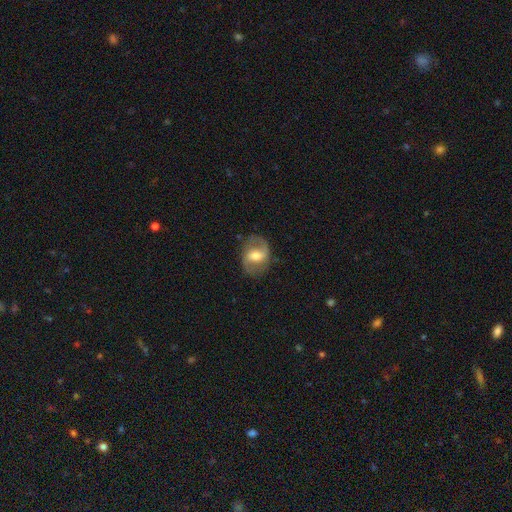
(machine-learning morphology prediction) Smooth or featured? featured or disk (69%)
Edge-on disk? no (96%)
Bar? weak (47%)
Spiral arms? yes (80%)
Spiral winding? medium (47%)
Spiral arm count? 2 (87%)
Bulge size? moderate (64%)
Merging? none (77%)